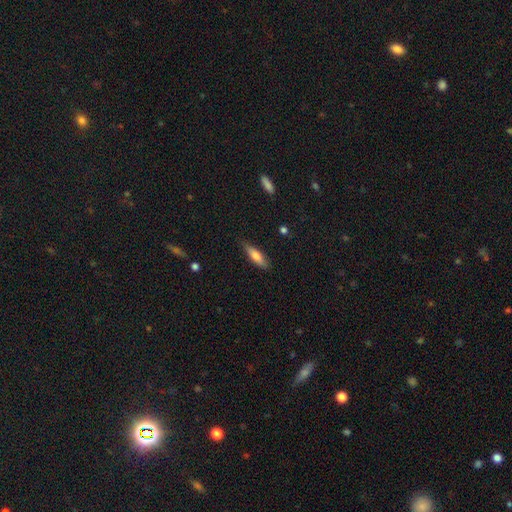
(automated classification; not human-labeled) This is likely a smooth galaxy (71%). How rounded: likely cigar-shaped (63%). Merging: clearly none (82%).